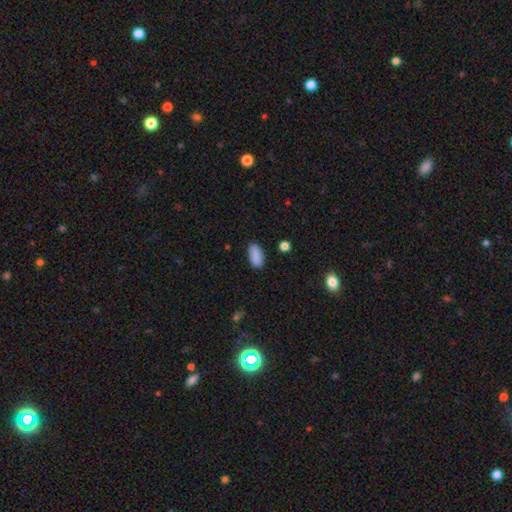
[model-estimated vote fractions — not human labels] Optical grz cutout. It shows a smooth galaxy with no disk features (88%) that is in between round and cigar-shaped (89%). Merging: none (85%).